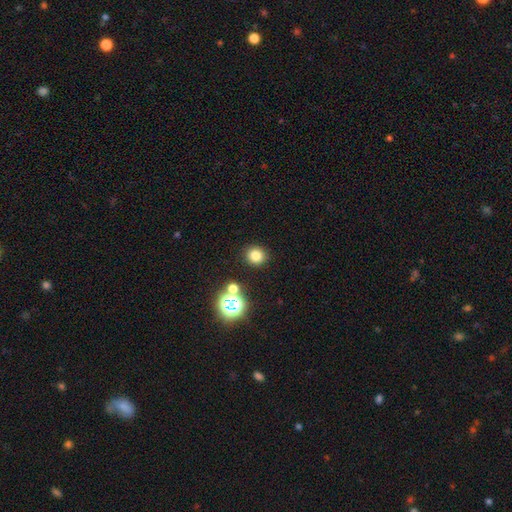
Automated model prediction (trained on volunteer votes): A smooth galaxy with no disk features (76%) that is round (87%).

Vote fractions:
- Smooth or featured? smooth: 76% / star or artifact: 17% / featured or disk: 6%
- How rounded? round: 87% / in between: 12% / cigar-shaped: 1%
- Merging? none: 87% / minor disturbance: 6% / merger: 4% / major disturbance: 3%